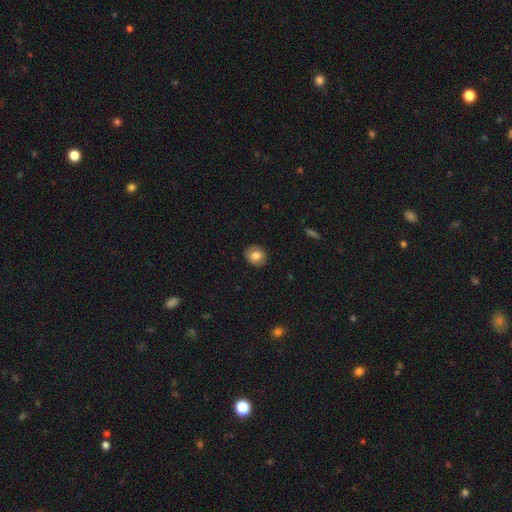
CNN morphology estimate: type=smooth (80%); roundness=round (70%); merging=none (89%).